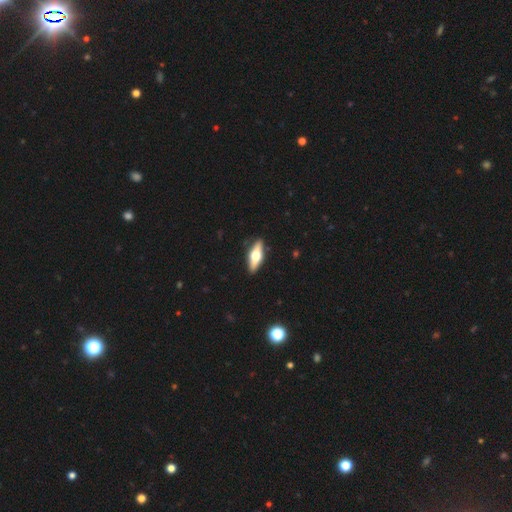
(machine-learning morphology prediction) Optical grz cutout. It shows a featured or disk galaxy (53%) viewed edge-on (91%). Merging: none (89%).